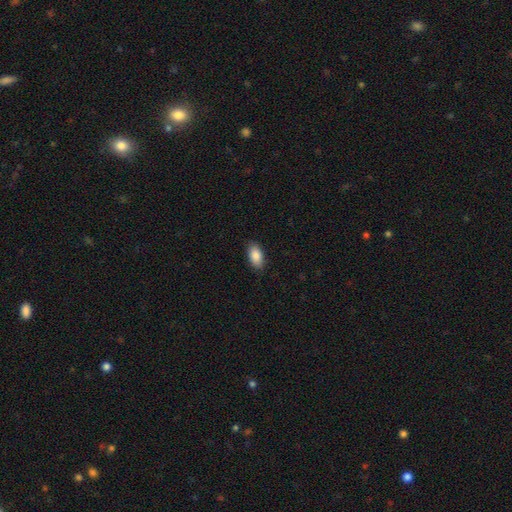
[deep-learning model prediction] Morphology: type=smooth (88%); roundness=in between (93%); merging=none (87%).